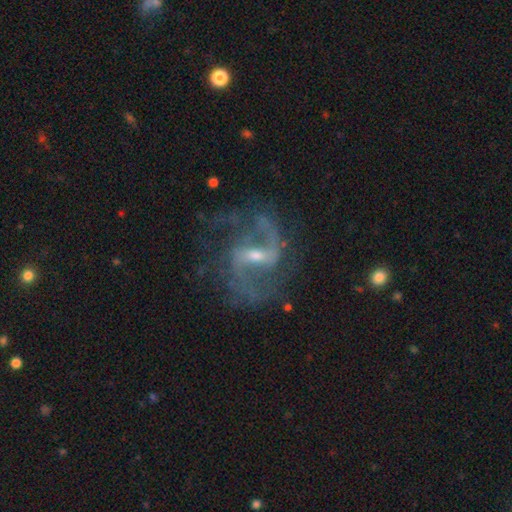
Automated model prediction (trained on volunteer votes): smooth-or-featured: featured or disk: 91% | star or artifact: 6% | smooth: 3%
  disk-edge-on: no: 98% | yes: 2%
    bar: weak: 48% | strong: 40% | no: 11%
    has-spiral-arms: yes: 97% | no: 3%
      spiral-winding: medium: 54% | loose: 36% | tight: 10%
      spiral-arm-count: 2: 90% | can't tell: 3% | 3: 3% | 1: 2% | 4: 1% | more than 4: 1%
    bulge-size: small: 52% | moderate: 42% | none: 3% | large: 2% | dominant: 1%
  merging: none: 69% | minor disturbance: 16% | major disturbance: 13% | merger: 2%